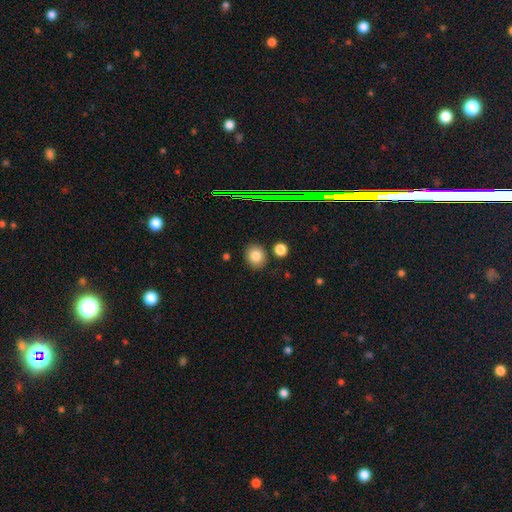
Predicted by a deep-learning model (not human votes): Smooth or featured: smooth — 81% (star or artifact — 12%)
How rounded: round — 57% (in between — 42%)
Merging: none — 82% (minor disturbance — 9%)